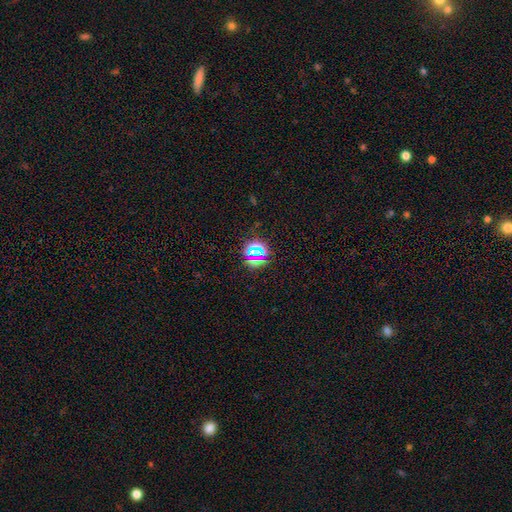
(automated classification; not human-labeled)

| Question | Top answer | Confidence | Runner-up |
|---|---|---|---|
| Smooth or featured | star or artifact | 66% | smooth (24%) |